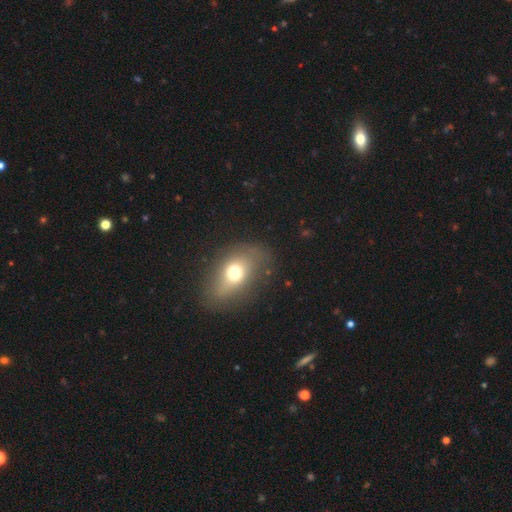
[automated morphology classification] smooth_or_featured: smooth (p=0.54) [alt: featured or disk p=0.31]
how_rounded: in between (p=0.78) [alt: round p=0.18]
merging: none (p=0.75) [alt: minor disturbance p=0.17]